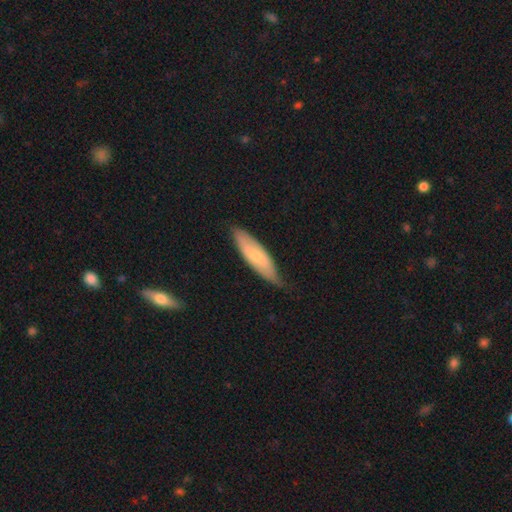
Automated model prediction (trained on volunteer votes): A smooth galaxy with no disk features (61%) that is cigar-shaped (52%).

Vote fractions:
- Smooth or featured? smooth: 61% / featured or disk: 33% / star or artifact: 6%
- How rounded? cigar-shaped: 52% / in between: 46% / round: 2%
- Merging? none: 66% / minor disturbance: 28% / major disturbance: 5% / merger: 2%